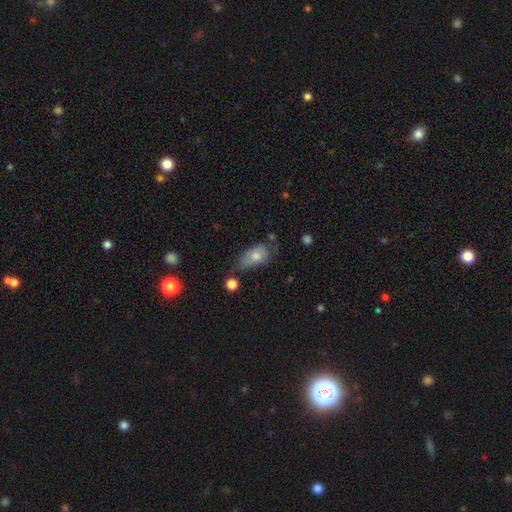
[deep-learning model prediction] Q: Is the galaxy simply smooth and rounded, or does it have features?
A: smooth — 68%.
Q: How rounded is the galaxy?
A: in between — 86%.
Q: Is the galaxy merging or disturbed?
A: none — 43%.